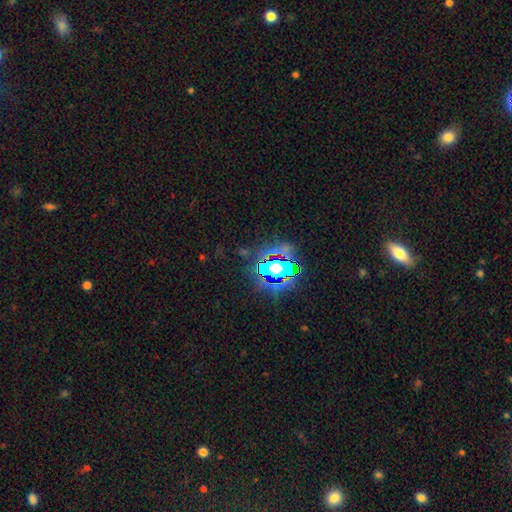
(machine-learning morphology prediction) Smooth or featured?
  - star or artifact: 79% *
  - smooth: 12%
  - featured or disk: 8%